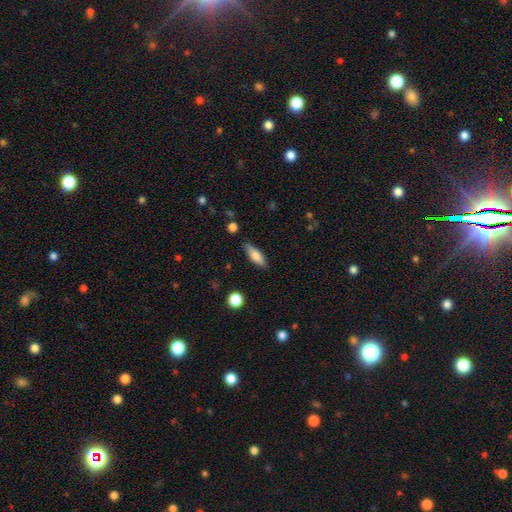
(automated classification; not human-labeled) The model was most divided on "how rounded": in between: 55%, cigar-shaped: 42%, round: 2%. More confident: merging — none (83%); smooth or featured — smooth (75%).